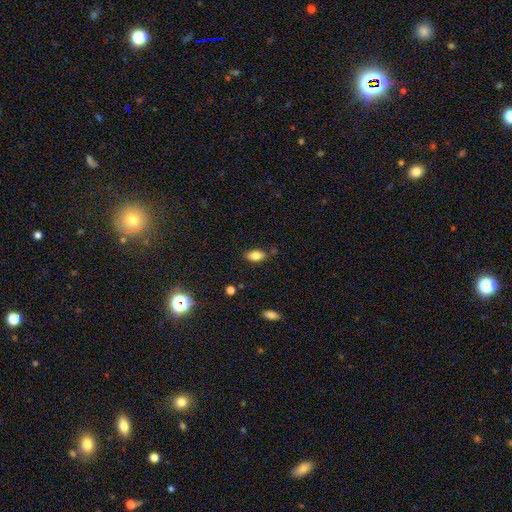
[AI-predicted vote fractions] smooth-or-featured: smooth: 82% | featured or disk: 9% | star or artifact: 9%
  how-rounded: in between: 89% | round: 6% | cigar-shaped: 5%
  merging: none: 79% | minor disturbance: 15% | merger: 4% | major disturbance: 3%